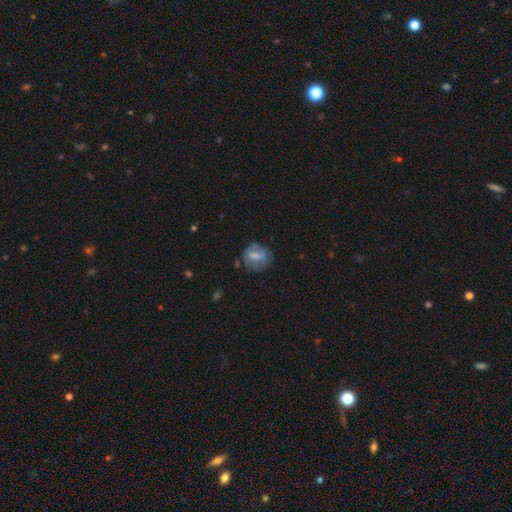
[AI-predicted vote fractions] This is likely a smooth galaxy (61%). How rounded: likely round (63%). Merging: likely none (62%).